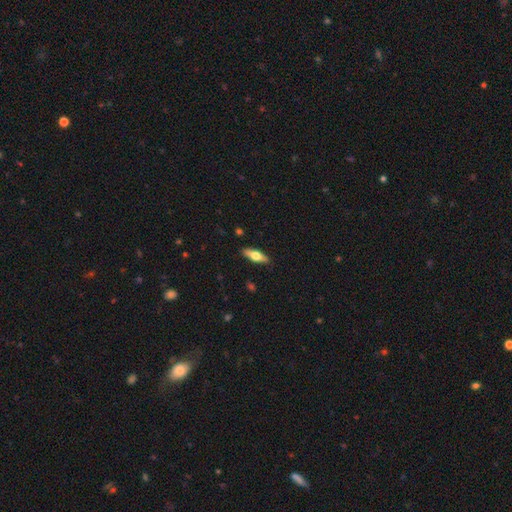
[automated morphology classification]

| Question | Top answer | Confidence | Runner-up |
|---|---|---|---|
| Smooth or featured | smooth | 49% | featured or disk (46%) |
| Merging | none | 89% | minor disturbance (8%) |